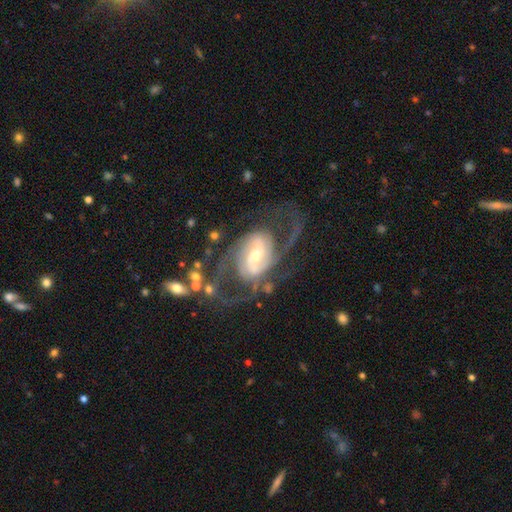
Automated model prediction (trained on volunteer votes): smooth-or-featured: featured or disk: 90% | smooth: 6% | star or artifact: 5%
  disk-edge-on: no: 97% | yes: 3%
    bar: weak: 46% | no: 30% | strong: 25%
    has-spiral-arms: yes: 96% | no: 4%
      spiral-winding: medium: 49% | tight: 29% | loose: 22%
      spiral-arm-count: 2: 65% | 3: 13% | can't tell: 11% | 4: 4% | 1: 4% | more than 4: 3%
    bulge-size: moderate: 60% | small: 28% | large: 9% | none: 2% | dominant: 1%
  merging: none: 59% | major disturbance: 22% | minor disturbance: 16% | merger: 3%